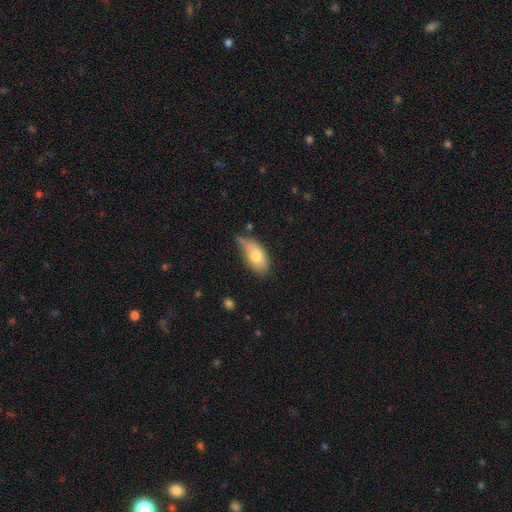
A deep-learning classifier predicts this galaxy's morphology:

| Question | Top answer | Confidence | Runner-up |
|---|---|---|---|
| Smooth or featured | smooth | 75% | featured or disk (17%) |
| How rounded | in between | 90% | cigar-shaped (5%) |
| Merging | minor disturbance | 41% | none (38%) |